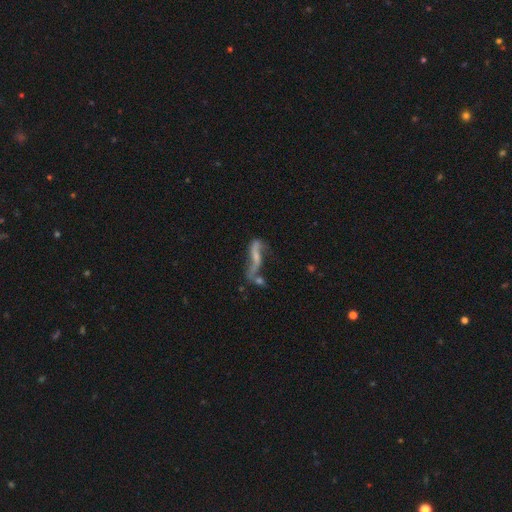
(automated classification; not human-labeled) featured or disk 69%, smooth 21%, star or artifact 10%. Down the decision tree: edge-on disk — no (79%); bar — no (48%); spiral arms — yes (76%); bulge size — small (46%); merging — merger (33%).